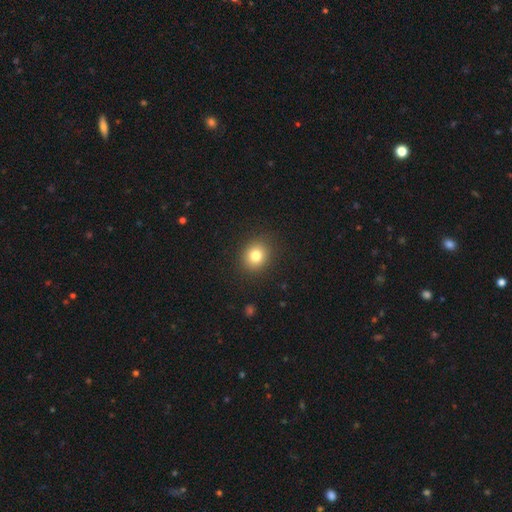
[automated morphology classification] A smooth galaxy with no disk features (80%) that is round (73%). Merging: none (89%).